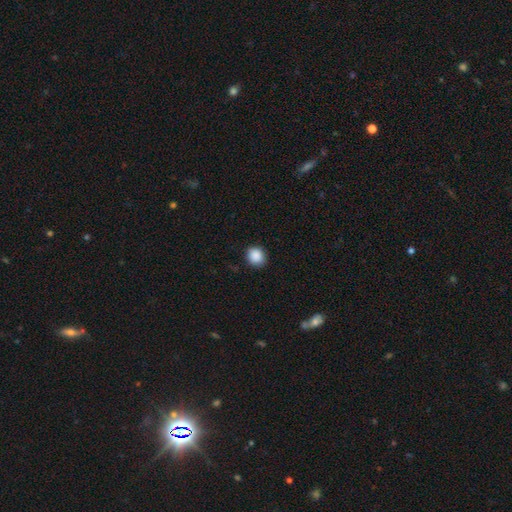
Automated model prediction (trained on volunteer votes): The model was most divided on "how rounded": round: 81%, in between: 18%, cigar-shaped: 1%. More confident: smooth or featured — smooth (89%); merging — none (87%).